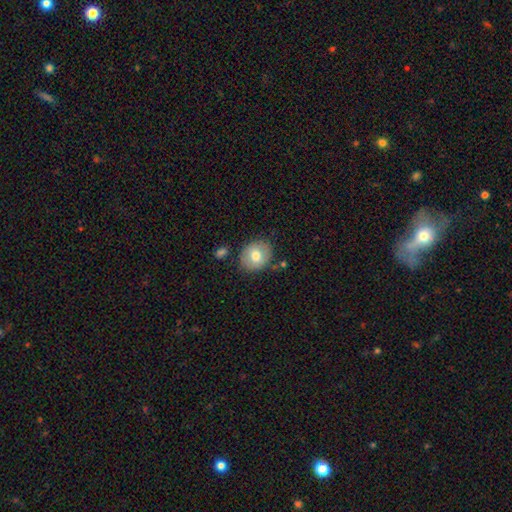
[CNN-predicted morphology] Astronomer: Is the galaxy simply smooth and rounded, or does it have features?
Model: smooth — 75%.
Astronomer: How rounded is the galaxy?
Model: round — 56% (runner-up: in between, 43%).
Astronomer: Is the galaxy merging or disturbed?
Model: none — 79%.